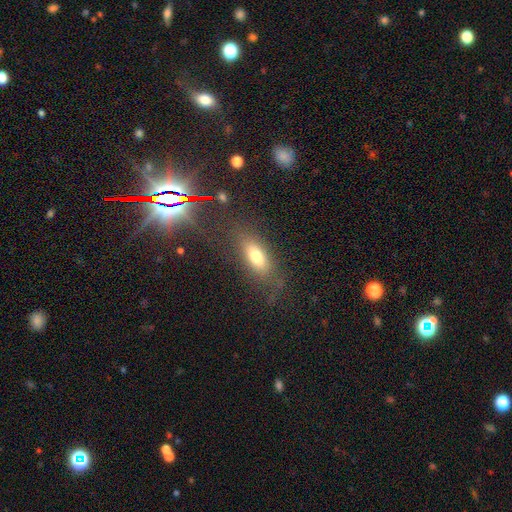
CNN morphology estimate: smooth_or_featured: smooth (p=0.64) [alt: featured or disk p=0.18]
how_rounded: in between (p=0.74) [alt: cigar-shaped p=0.20]
merging: none (p=0.75) [alt: minor disturbance p=0.15]